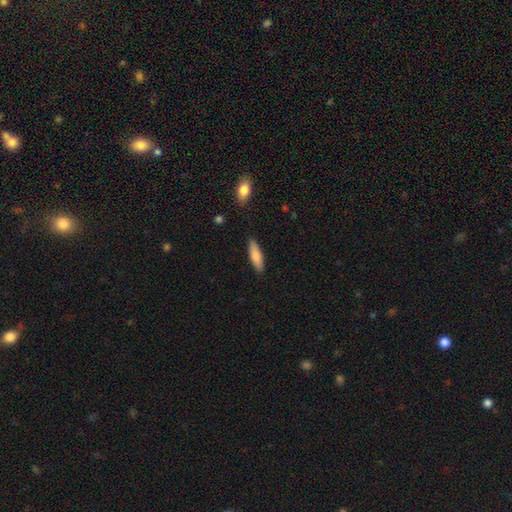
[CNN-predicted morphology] The model was most divided on "how rounded": cigar-shaped: 58%, in between: 40%, round: 2%. More confident: merging — none (87%); smooth or featured — smooth (78%).